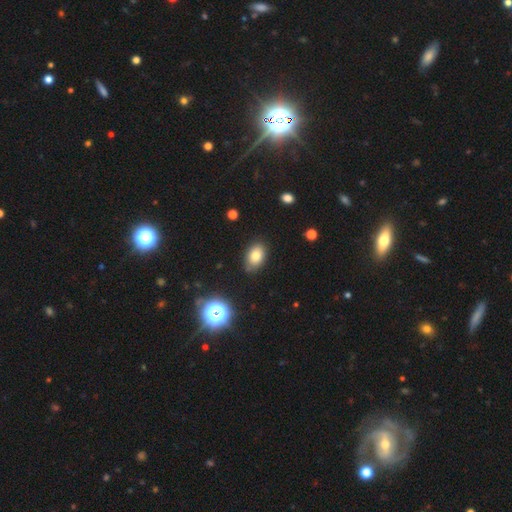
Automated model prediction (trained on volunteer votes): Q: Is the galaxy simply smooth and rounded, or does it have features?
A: smooth — 79%.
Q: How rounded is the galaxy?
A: in between — 85%.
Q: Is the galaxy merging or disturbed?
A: none — 82%.